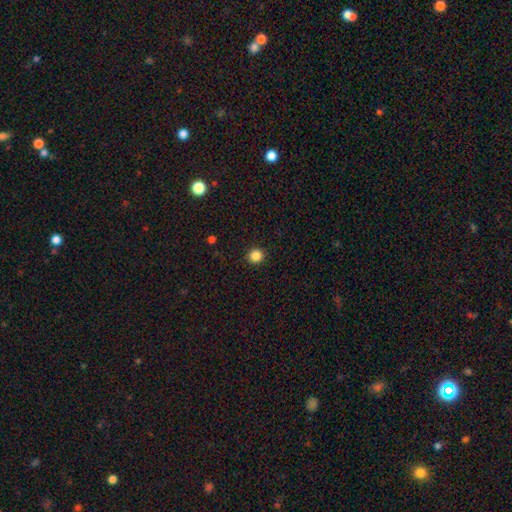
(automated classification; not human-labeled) Smooth or featured? smooth (85%)
How rounded? round (93%)
Merging? none (92%)